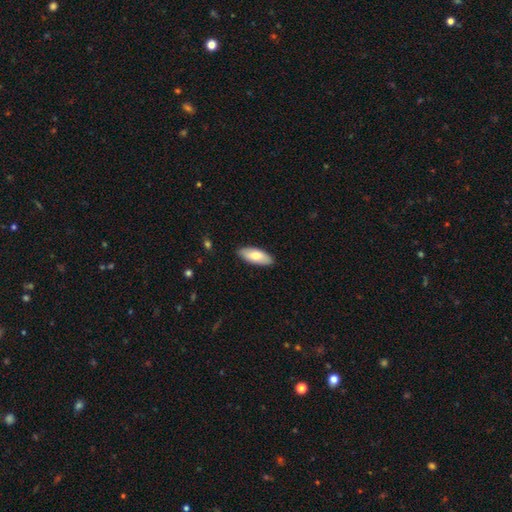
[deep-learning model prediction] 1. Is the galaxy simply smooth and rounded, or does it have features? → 76% smooth, 19% featured or disk, 5% star or artifact.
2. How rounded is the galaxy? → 82% in between, 16% cigar-shaped, 2% round.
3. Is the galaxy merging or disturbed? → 89% none, 9% minor disturbance, 2% major disturbance, 1% merger.